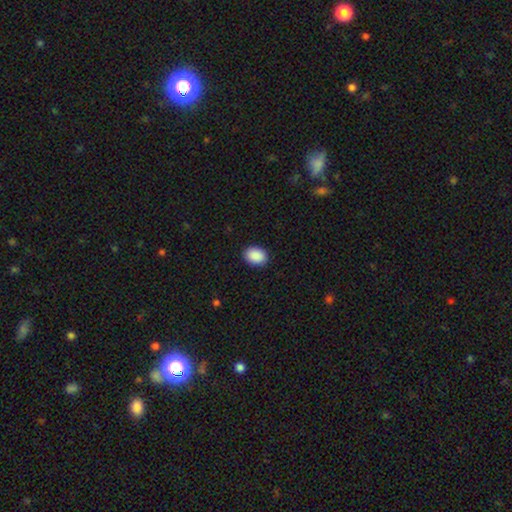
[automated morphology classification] Smooth or featured? Predicted: smooth (p=0.91). How rounded? Predicted: in between (p=0.71). Merging? Predicted: none (p=0.90).